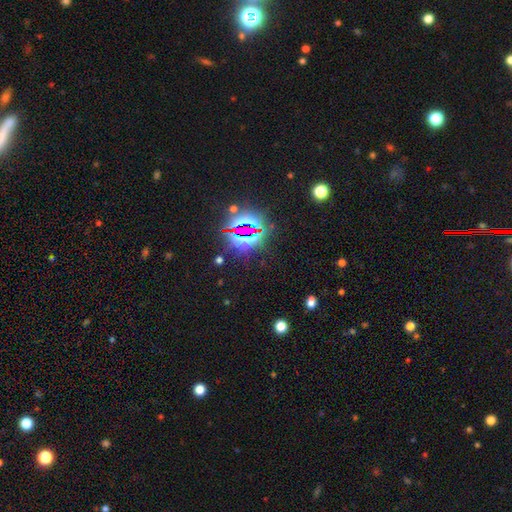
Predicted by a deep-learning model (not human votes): Q: Smooth or featured?
A: star or artifact (82%); runner-up: smooth (11%)